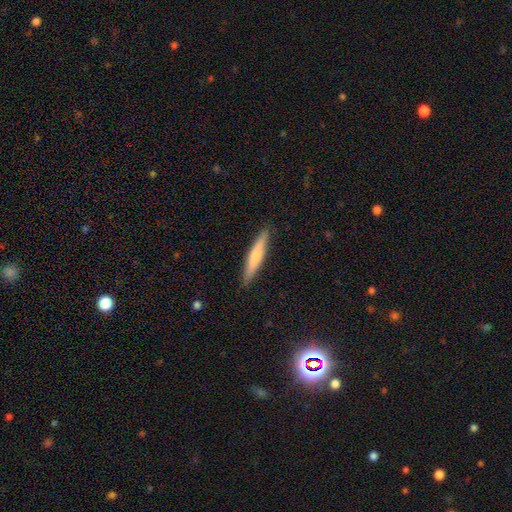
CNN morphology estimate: smooth-or-featured: smooth: 64% | featured or disk: 30% | star or artifact: 6%
  how-rounded: cigar-shaped: 92% | in between: 6% | round: 1%
  merging: none: 89% | minor disturbance: 8% | major disturbance: 2% | merger: 1%